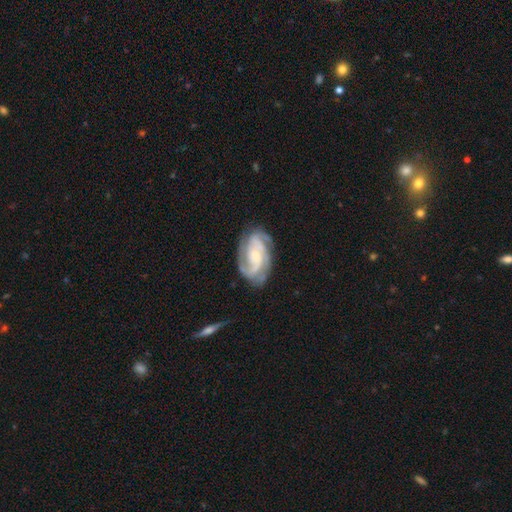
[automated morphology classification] Smooth or featured? featured or disk (87%)
Edge-on disk? no (97%)
Bar? no (50%)
Spiral arms? yes (97%)
Spiral winding? tight (50%)
Spiral arm count? 2 (48%)
Bulge size? small (43%)
Merging? none (74%)